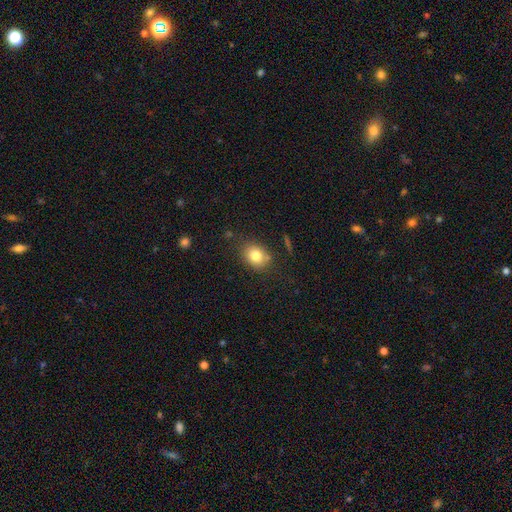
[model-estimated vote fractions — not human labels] Overall: smooth (80%). How rounded: round (52%; in between 47%). Merging: none (77%).